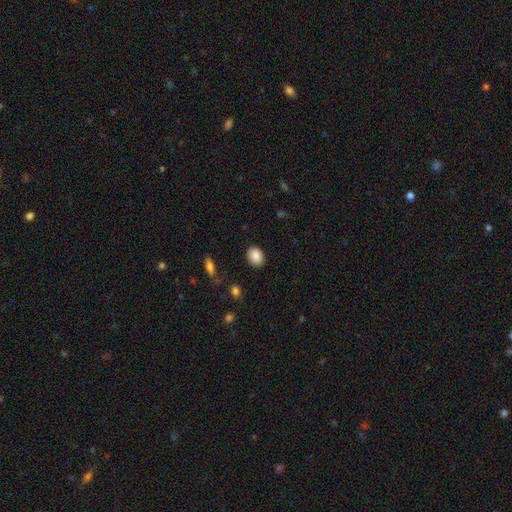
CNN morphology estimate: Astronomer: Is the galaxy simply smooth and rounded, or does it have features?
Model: smooth — 87%.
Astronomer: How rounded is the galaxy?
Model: in between — 69%.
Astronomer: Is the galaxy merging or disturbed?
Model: none — 88%.